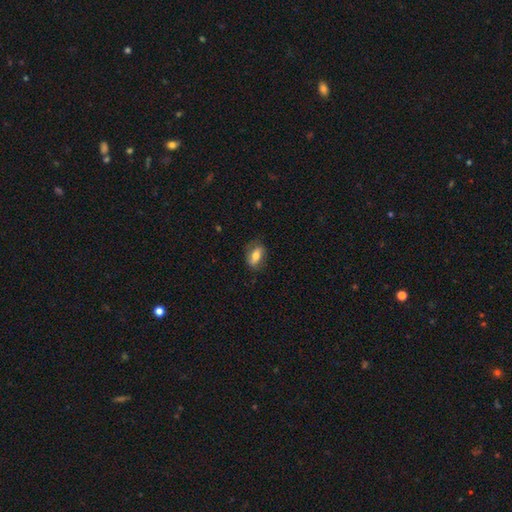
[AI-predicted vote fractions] A smooth galaxy with no disk features (64%) that is in between round and cigar-shaped (83%). Merging: none (73%).